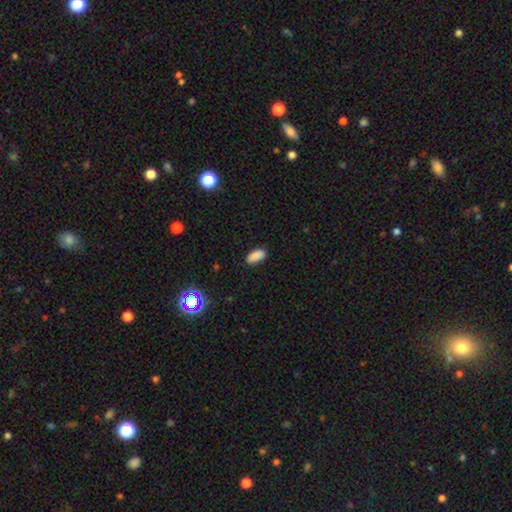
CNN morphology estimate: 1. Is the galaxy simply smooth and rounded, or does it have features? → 86% smooth, 10% star or artifact, 4% featured or disk.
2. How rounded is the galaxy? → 89% in between, 8% cigar-shaped, 3% round.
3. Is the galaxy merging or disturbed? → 81% none, 15% minor disturbance, 3% major disturbance, 1% merger.